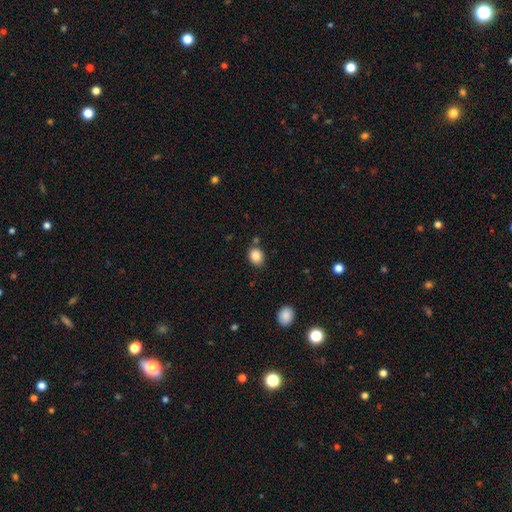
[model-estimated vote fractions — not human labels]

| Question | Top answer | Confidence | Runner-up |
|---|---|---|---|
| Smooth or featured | smooth | 86% | star or artifact (9%) |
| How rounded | round | 53% | in between (47%) |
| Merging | none | 78% | minor disturbance (13%) |